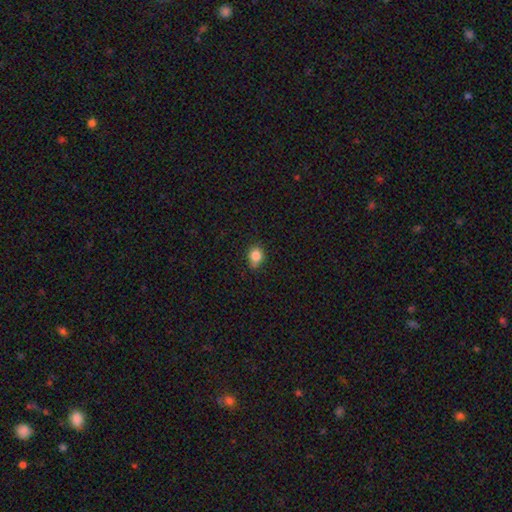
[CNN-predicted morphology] Smooth or featured?
  - smooth: 84% *
  - star or artifact: 11%
  - featured or disk: 5%
How rounded?
  - round: 67% *
  - in between: 32%
  - cigar-shaped: 1%
Merging?
  - none: 73% *
  - minor disturbance: 21%
  - major disturbance: 3%
  - merger: 3%